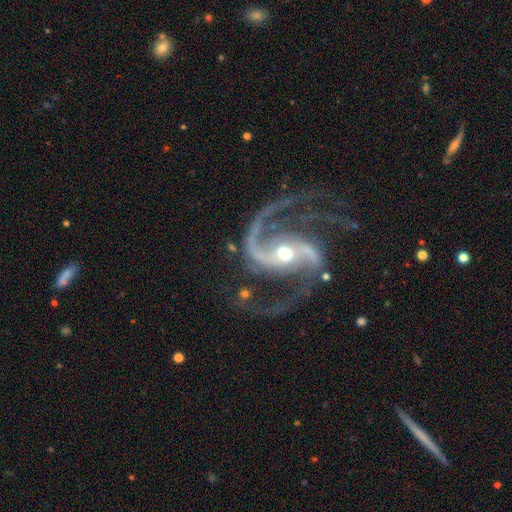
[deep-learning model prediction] This is clearly a featured or disk galaxy (94%). It is clearly not viewed edge-on (98%). Bar: marginally strong (44%). Spiral arm pattern: clearly yes (99%). Spiral arm count: clearly 2 (89%). Spiral winding: possibly medium (58%). Central bulge: possibly moderate (52%). Merging: likely none (67%).